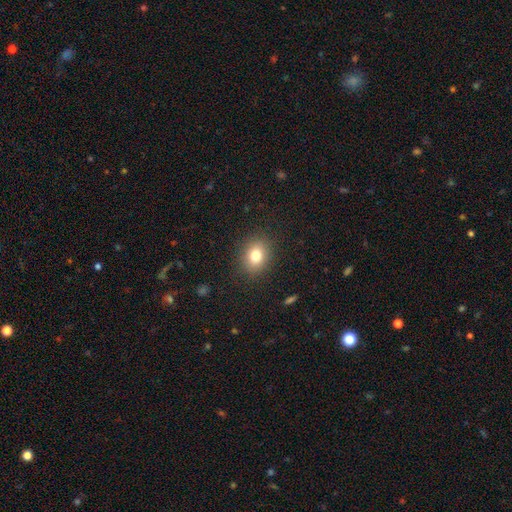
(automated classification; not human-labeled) smooth_or_featured: smooth (p=0.79) [alt: star or artifact p=0.12]
how_rounded: round (p=0.53) [alt: in between p=0.46]
merging: none (p=0.88) [alt: minor disturbance p=0.08]